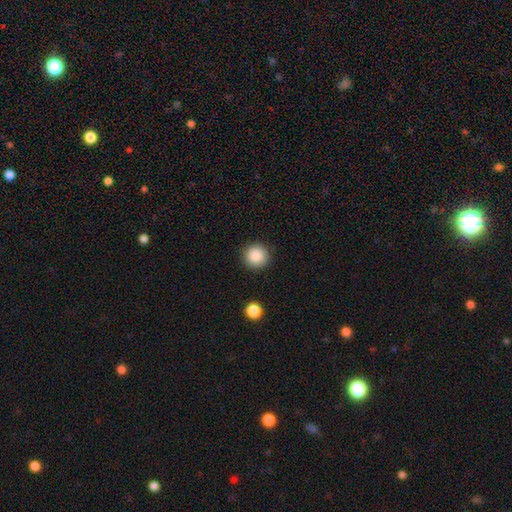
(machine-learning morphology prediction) Smooth or featured?
  - smooth: 87% *
  - star or artifact: 9%
  - featured or disk: 4%
How rounded?
  - round: 95% *
  - in between: 4%
  - cigar-shaped: 1%
Merging?
  - none: 91% *
  - minor disturbance: 6%
  - major disturbance: 2%
  - merger: 1%